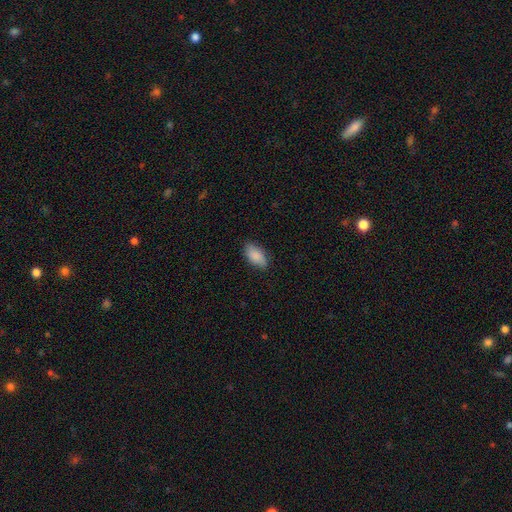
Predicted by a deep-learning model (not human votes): smooth-or-featured: smooth: 88% | star or artifact: 6% | featured or disk: 6%
  how-rounded: in between: 93% | cigar-shaped: 4% | round: 3%
  merging: none: 82% | minor disturbance: 14% | major disturbance: 3% | merger: 1%